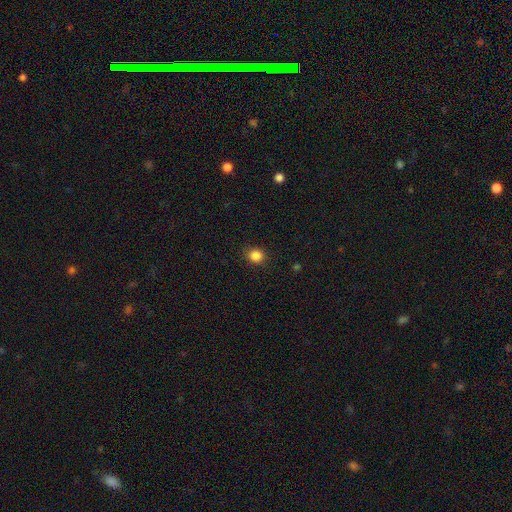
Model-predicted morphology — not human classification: Smooth or featured: smooth — 85% (star or artifact — 11%)
How rounded: round — 81% (in between — 18%)
Merging: none — 90% (minor disturbance — 7%)